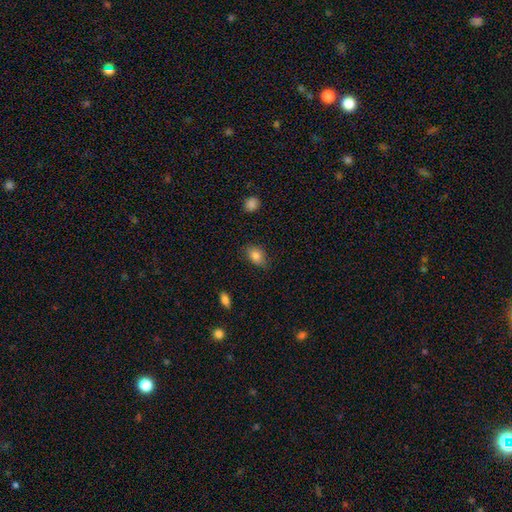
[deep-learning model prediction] Smooth or featured?
  - smooth: 84% *
  - star or artifact: 9%
  - featured or disk: 7%
How rounded?
  - in between: 80% *
  - round: 19%
  - cigar-shaped: 2%
Merging?
  - none: 76% *
  - minor disturbance: 19%
  - major disturbance: 4%
  - merger: 1%